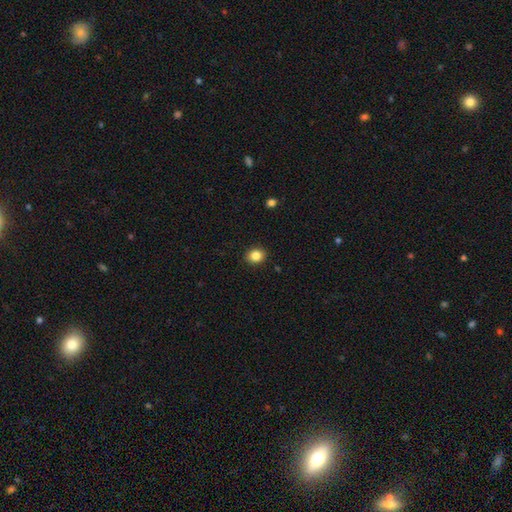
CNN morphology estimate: Smooth or featured?
  - smooth: 85% *
  - star or artifact: 10%
  - featured or disk: 5%
How rounded?
  - round: 69% *
  - in between: 30%
  - cigar-shaped: 1%
Merging?
  - none: 91% *
  - minor disturbance: 6%
  - major disturbance: 2%
  - merger: 1%